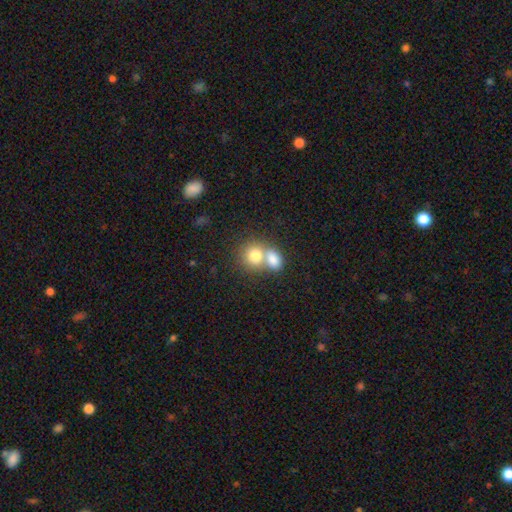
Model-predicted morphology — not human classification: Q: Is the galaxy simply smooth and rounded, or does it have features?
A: smooth — 77%.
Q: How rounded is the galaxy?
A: round — 68%.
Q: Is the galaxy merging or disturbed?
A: merger — 62%.